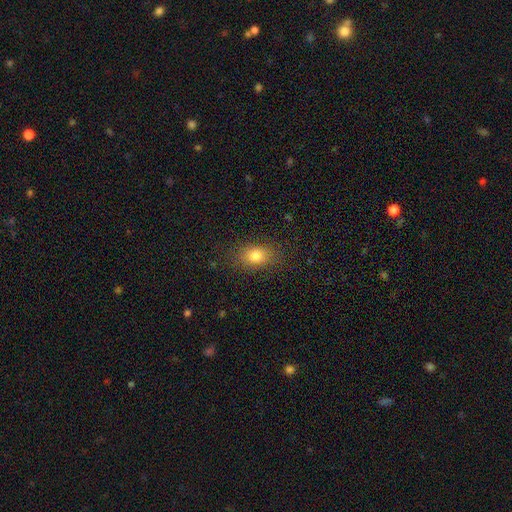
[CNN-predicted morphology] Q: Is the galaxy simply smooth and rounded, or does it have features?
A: smooth — 81%.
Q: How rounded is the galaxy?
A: in between — 71%.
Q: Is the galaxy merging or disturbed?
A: none — 83%.